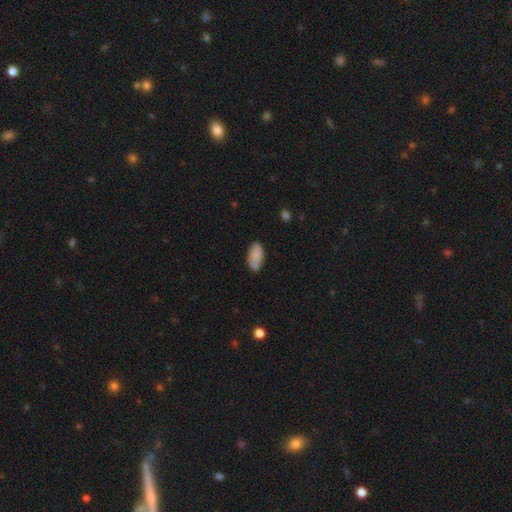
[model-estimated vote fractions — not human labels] smooth_or_featured: smooth (p=0.86) [alt: featured or disk p=0.07]
how_rounded: in between (p=0.92) [alt: cigar-shaped p=0.06]
merging: none (p=0.80) [alt: minor disturbance p=0.15]